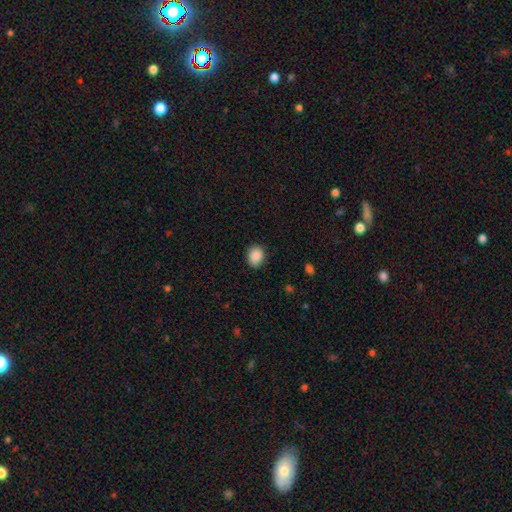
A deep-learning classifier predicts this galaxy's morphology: Smooth or featured?
  - smooth: 88% *
  - star or artifact: 8%
  - featured or disk: 4%
How rounded?
  - round: 57% *
  - in between: 42%
  - cigar-shaped: 1%
Merging?
  - none: 84% *
  - minor disturbance: 12%
  - major disturbance: 3%
  - merger: 1%